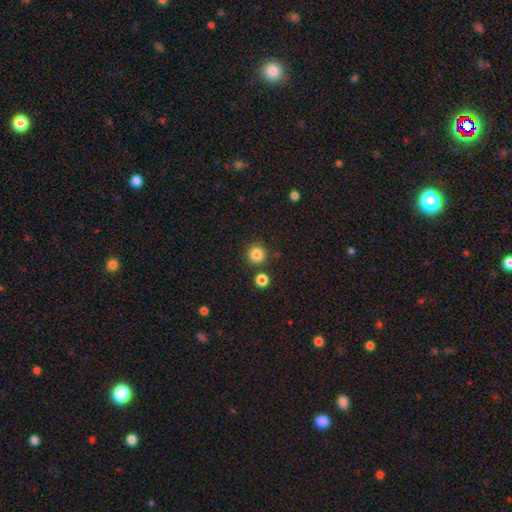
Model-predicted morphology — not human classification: Smooth or featured? Predicted: smooth (p=0.84). How rounded? Predicted: round (p=0.94). Merging? Predicted: none (p=0.84).